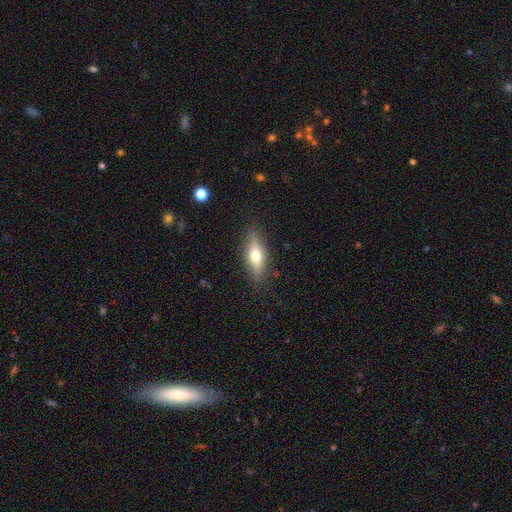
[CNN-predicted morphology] Smooth or featured: smooth — 50% (featured or disk — 42%)
How rounded: in between — 50% (cigar-shaped — 46%)
Merging: none — 86% (minor disturbance — 10%)